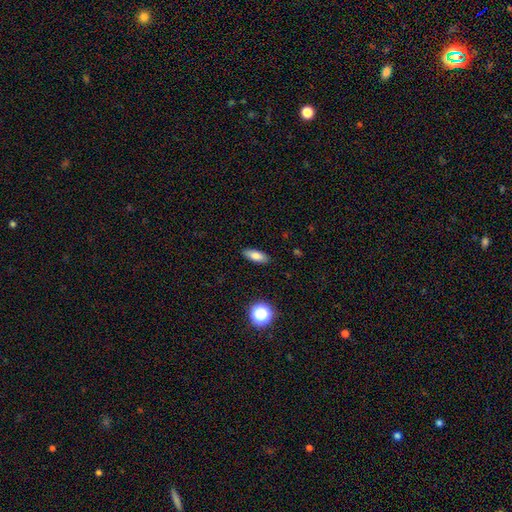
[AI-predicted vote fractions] Smooth or featured: smooth — 77% (featured or disk — 13%)
How rounded: in between — 68% (cigar-shaped — 28%)
Merging: none — 89% (minor disturbance — 8%)